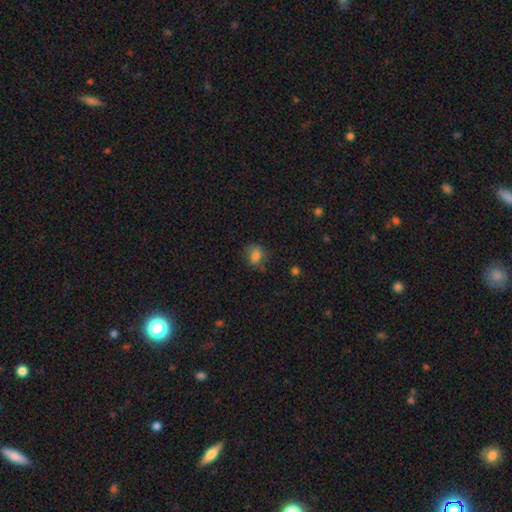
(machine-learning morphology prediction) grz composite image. It shows a smooth galaxy with no disk features (78%) that is round (55%). Merging: none (64%).